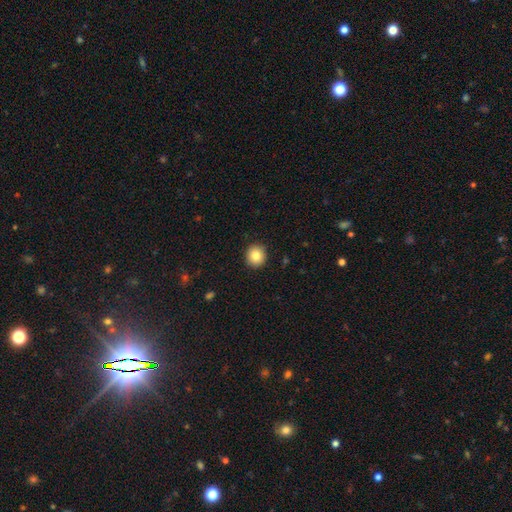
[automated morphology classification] This is clearly a smooth galaxy (85%). How rounded: clearly round (91%). Merging: clearly none (92%).